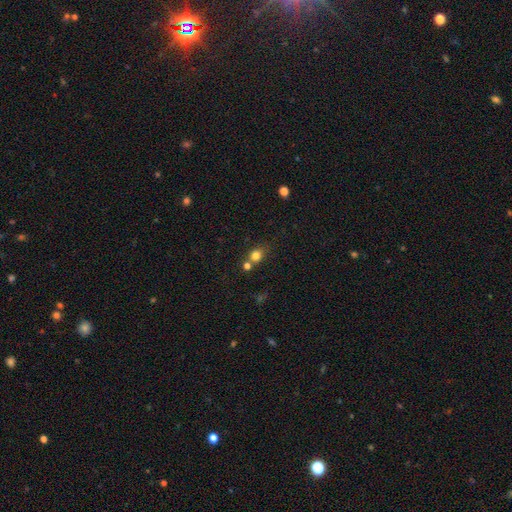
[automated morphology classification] Smooth or featured?
  - smooth: 79% *
  - star or artifact: 13%
  - featured or disk: 8%
How rounded?
  - round: 71% *
  - in between: 28%
  - cigar-shaped: 1%
Merging?
  - none: 55% *
  - merger: 29%
  - minor disturbance: 11%
  - major disturbance: 4%